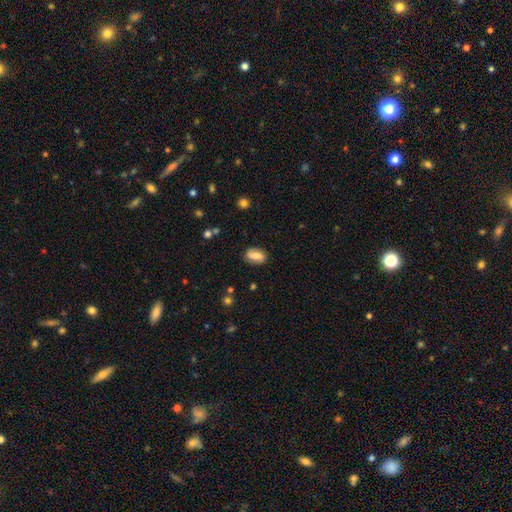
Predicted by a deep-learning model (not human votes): Q: Smooth or featured?
A: smooth (62%); runner-up: featured or disk (30%)
Q: How rounded?
A: in between (85%); runner-up: round (11%)
Q: Merging?
A: none (82%); runner-up: minor disturbance (13%)